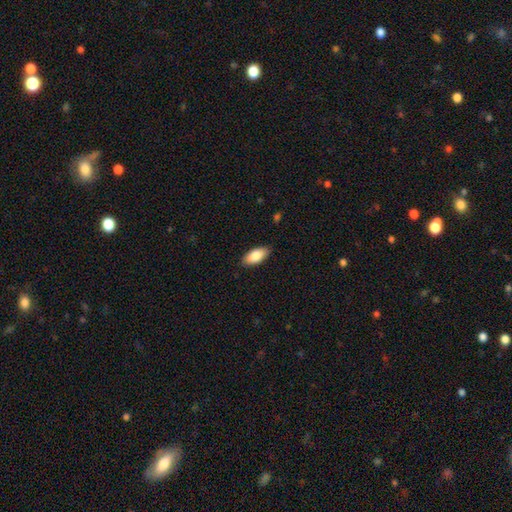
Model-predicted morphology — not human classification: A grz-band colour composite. It shows a smooth galaxy with no disk features (84%) that is in between round and cigar-shaped (90%). Merging: none (86%).